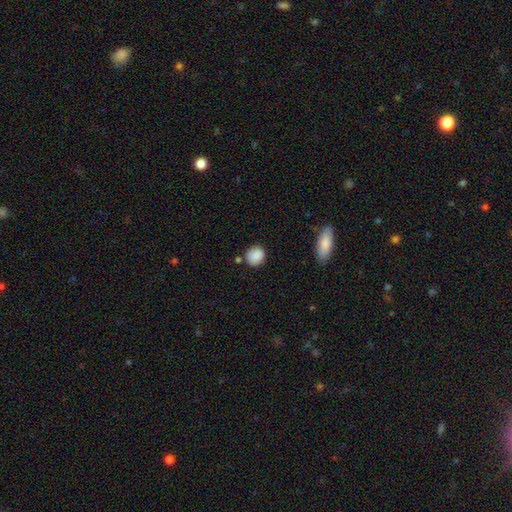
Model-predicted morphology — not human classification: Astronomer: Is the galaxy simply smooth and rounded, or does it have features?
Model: smooth — 88%.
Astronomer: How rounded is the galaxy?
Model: round — 76%.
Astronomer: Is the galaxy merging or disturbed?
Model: none — 76%.